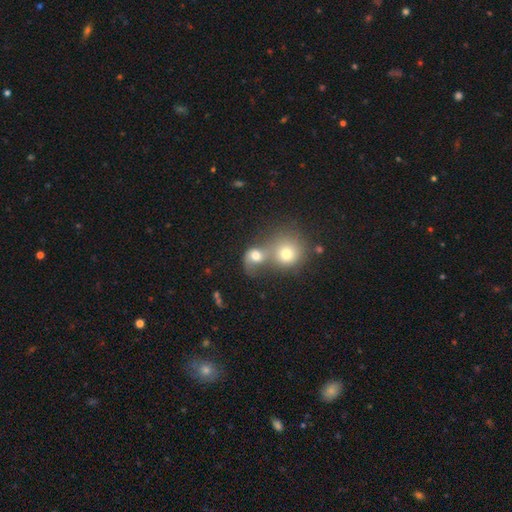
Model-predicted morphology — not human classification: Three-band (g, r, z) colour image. It shows a smooth galaxy with no disk features (68%) that is round (66%). Merging: merger (67%).